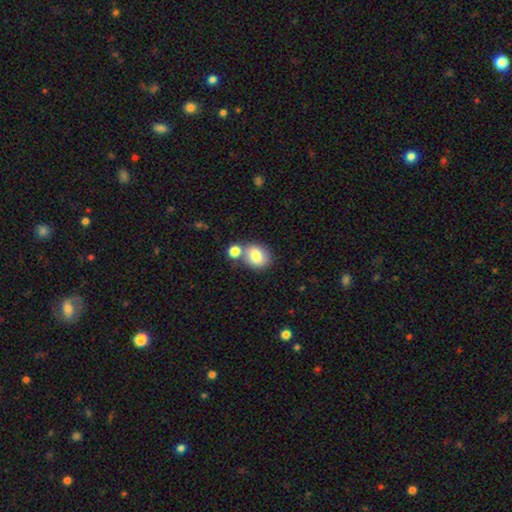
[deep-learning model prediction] This appears to be a smooth galaxy with no disk features (80%) that is round (58%). Merging: none (52%).